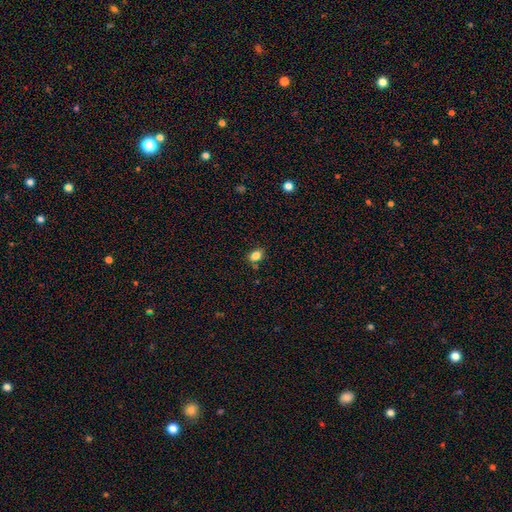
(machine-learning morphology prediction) A smooth galaxy with no disk features (82%) that is in between round and cigar-shaped (76%). Merging: none (77%).